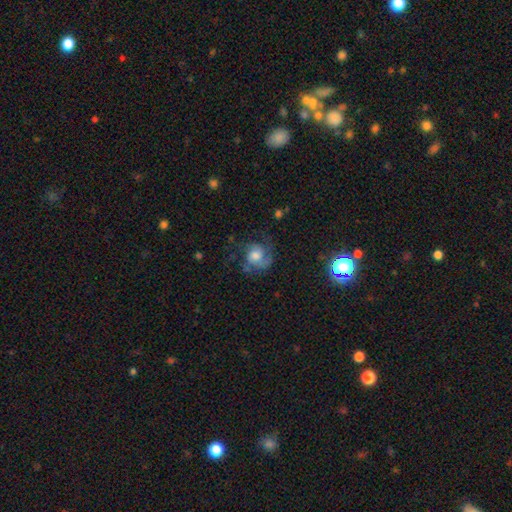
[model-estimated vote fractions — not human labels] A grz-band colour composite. It shows a featured or disk galaxy (60%) with no bar (70%), 2 (45%) medium (44%) spiral arms (88%) and a moderate central bulge (50%). Merging: none (56%).